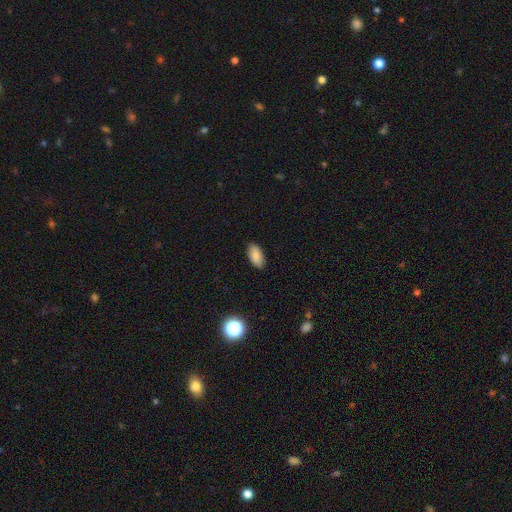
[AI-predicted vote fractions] Smooth or featured? Predicted: smooth (p=0.87). How rounded? Predicted: in between (p=0.92). Merging? Predicted: none (p=0.87).